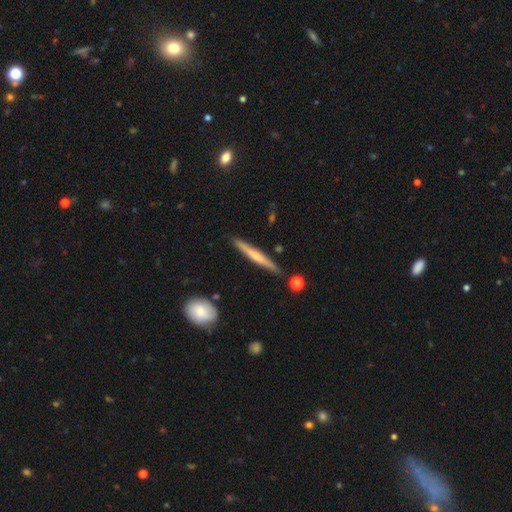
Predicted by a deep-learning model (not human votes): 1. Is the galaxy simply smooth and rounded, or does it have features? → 54% featured or disk, 41% smooth, 5% star or artifact.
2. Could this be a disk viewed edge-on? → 96% yes, 4% no.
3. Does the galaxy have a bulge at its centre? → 52% rounded, 40% none, 8% boxy.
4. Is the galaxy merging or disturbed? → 87% none, 9% minor disturbance, 2% merger, 2% major disturbance.